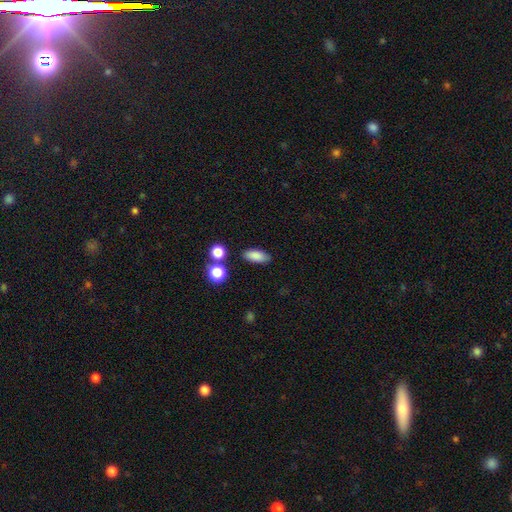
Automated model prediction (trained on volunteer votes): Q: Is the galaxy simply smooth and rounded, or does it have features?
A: smooth — 85%.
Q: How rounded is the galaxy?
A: in between — 84%.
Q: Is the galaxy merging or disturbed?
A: none — 83%.